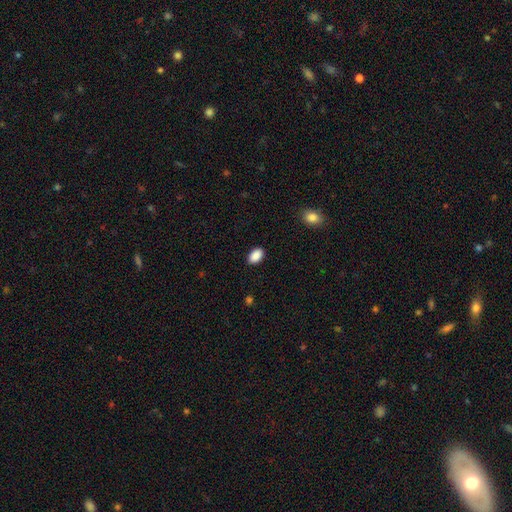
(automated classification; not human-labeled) Q: Smooth or featured?
A: smooth (89%); runner-up: star or artifact (8%)
Q: How rounded?
A: in between (90%); runner-up: round (8%)
Q: Merging?
A: none (88%); runner-up: minor disturbance (9%)